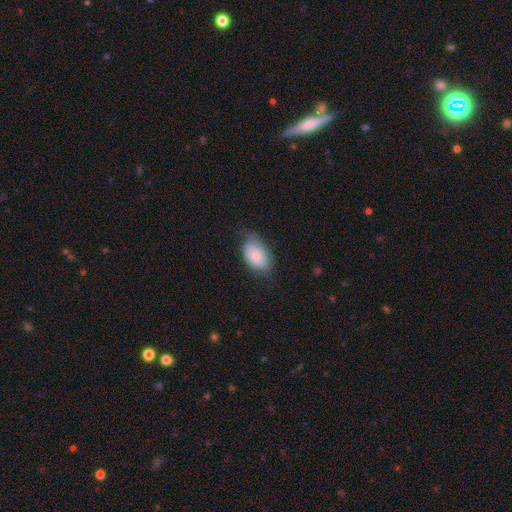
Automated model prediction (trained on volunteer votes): This is likely a smooth galaxy (72%). How rounded: clearly in between (91%). Merging: possibly none (56%).